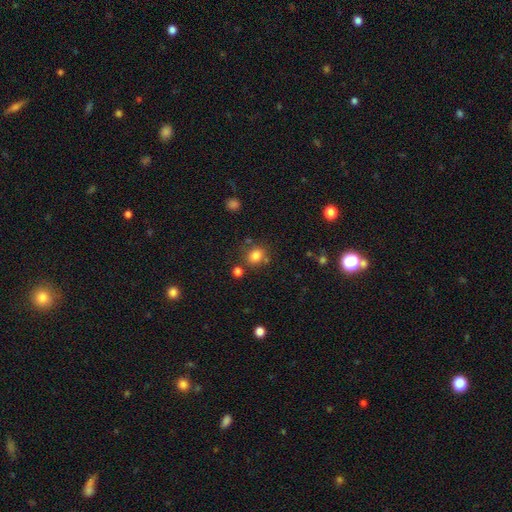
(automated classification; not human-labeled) Smooth or featured? Predicted: smooth (p=0.81). How rounded? Predicted: round (p=0.63). Merging? Predicted: none (p=0.73).